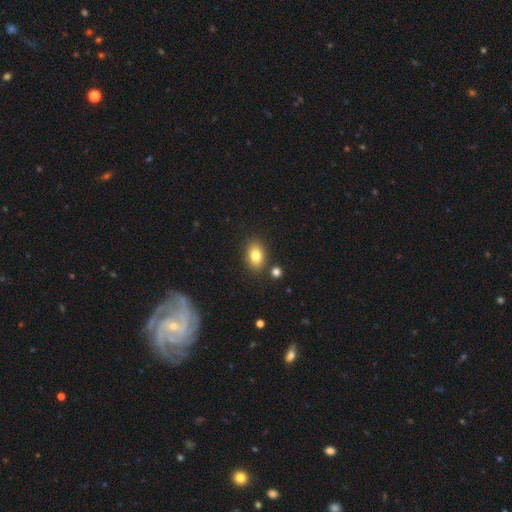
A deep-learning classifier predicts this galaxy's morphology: type=smooth (81%); roundness=in between (80%); merging=none (82%).